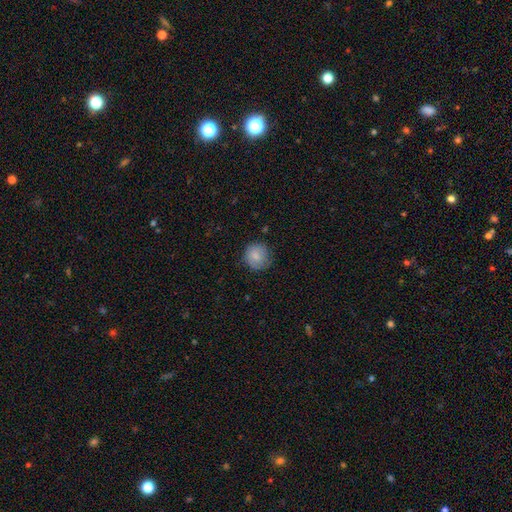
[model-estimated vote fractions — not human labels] This appears to be a smooth galaxy with no disk features (79%) that is round (88%). Merging: none (75%).